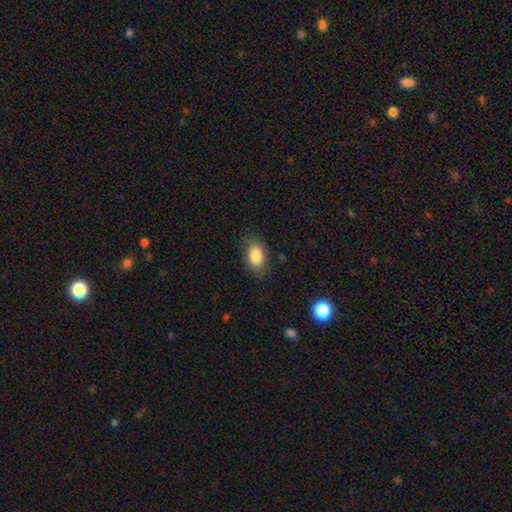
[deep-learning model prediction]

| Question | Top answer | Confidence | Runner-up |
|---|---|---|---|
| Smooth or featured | smooth | 86% | star or artifact (7%) |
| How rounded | in between | 90% | round (7%) |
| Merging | none | 80% | minor disturbance (15%) |